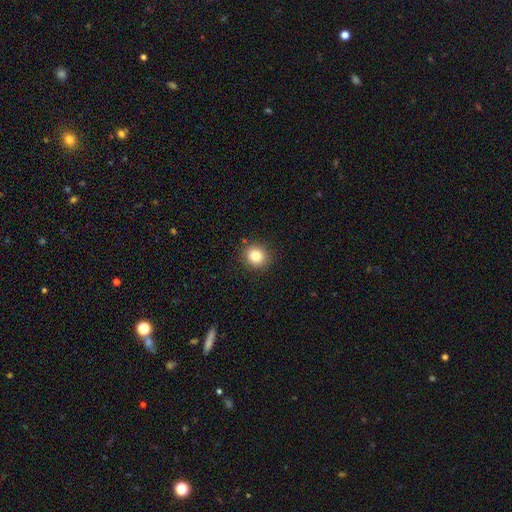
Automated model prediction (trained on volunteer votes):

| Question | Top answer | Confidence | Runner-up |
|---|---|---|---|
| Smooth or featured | smooth | 82% | star or artifact (11%) |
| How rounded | round | 85% | in between (14%) |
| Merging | none | 89% | minor disturbance (7%) |